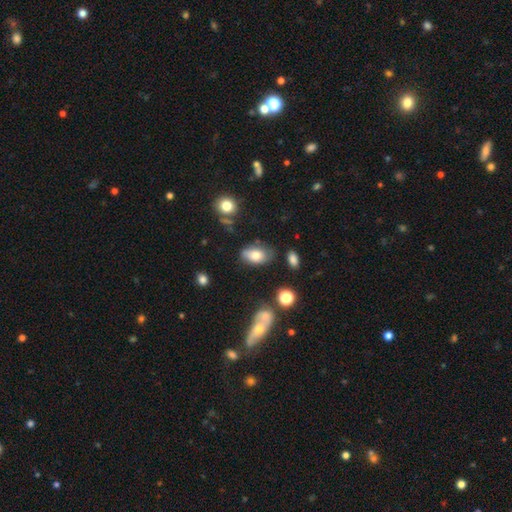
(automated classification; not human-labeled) Smooth or featured? smooth (74%)
How rounded? in between (91%)
Merging? none (66%)